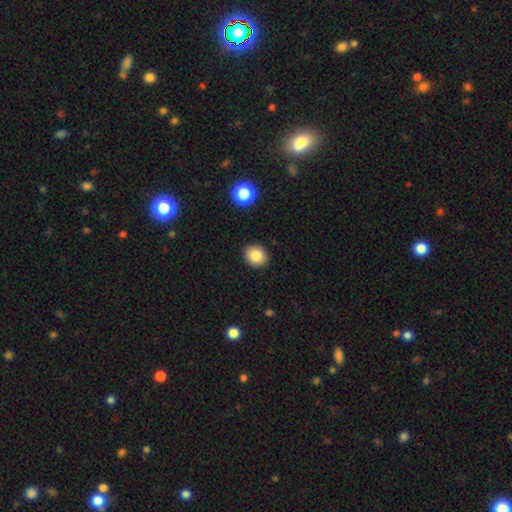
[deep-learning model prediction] Overall: smooth (84%). How rounded: round (69%; in between 30%). Merging: none (91%).